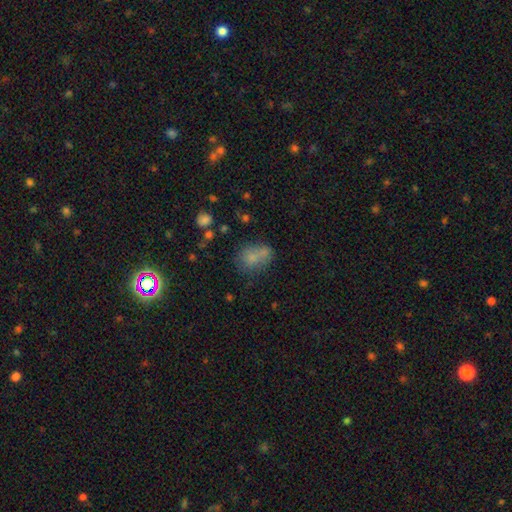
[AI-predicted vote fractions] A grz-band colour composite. It shows a smooth galaxy with no disk features (72%) that is in between round and cigar-shaped (66%). Merging: none (44%).